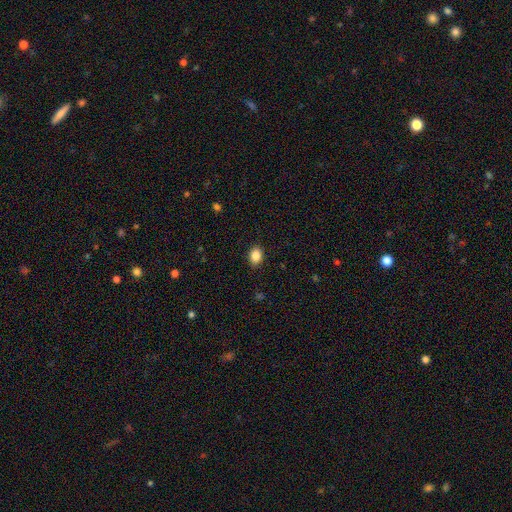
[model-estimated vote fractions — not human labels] The model was most divided on "how rounded": in between: 70%, round: 29%, cigar-shaped: 1%. More confident: merging — none (88%); smooth or featured — smooth (87%).